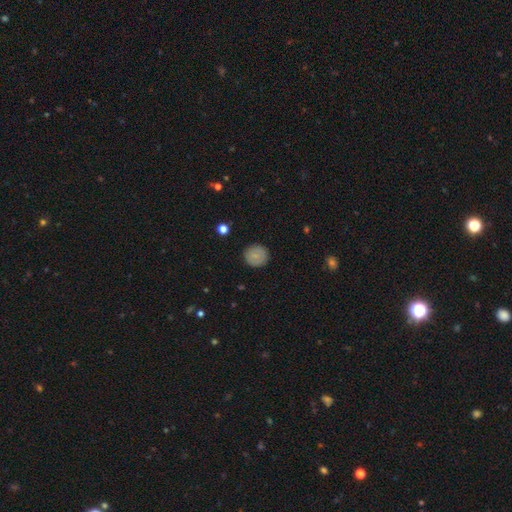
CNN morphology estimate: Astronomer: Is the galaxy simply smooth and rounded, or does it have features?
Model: smooth — 80%.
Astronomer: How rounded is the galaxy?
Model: round — 93%.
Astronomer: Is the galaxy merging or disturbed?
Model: none — 90%.